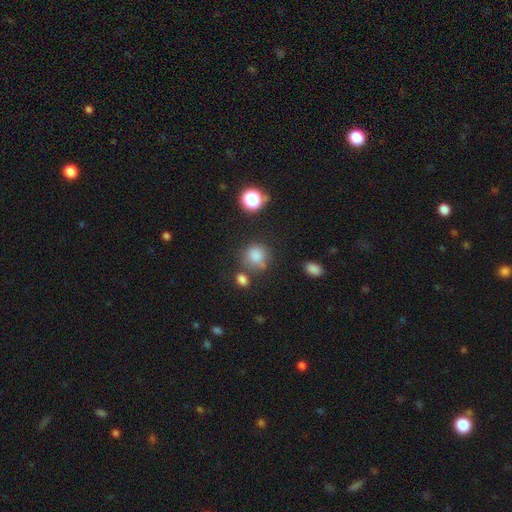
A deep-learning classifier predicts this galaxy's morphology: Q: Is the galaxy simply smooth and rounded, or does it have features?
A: smooth — 80%.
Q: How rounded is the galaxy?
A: round — 82%.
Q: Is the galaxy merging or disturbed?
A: none — 67%.